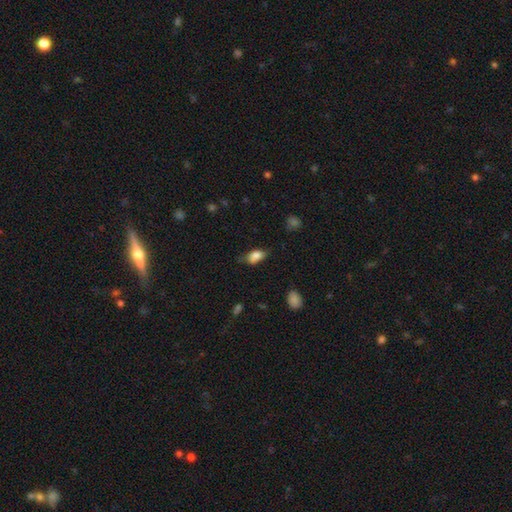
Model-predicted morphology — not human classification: type=smooth (80%); roundness=in between (88%); merging=none (57%).